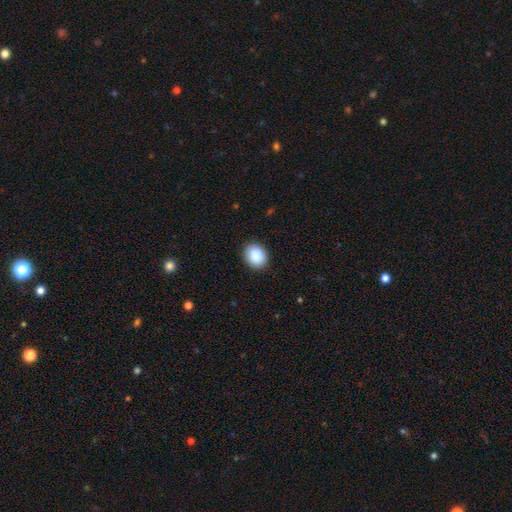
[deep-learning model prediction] Morphology: type=smooth (90%); roundness=in between (50%); merging=none (88%).